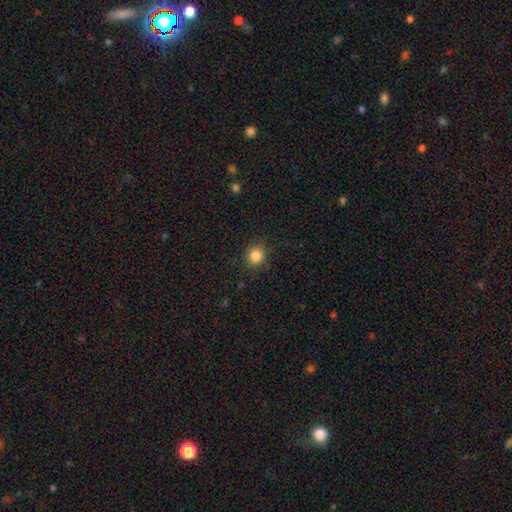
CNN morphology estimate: Smooth or featured?
  - smooth: 85% *
  - star or artifact: 11%
  - featured or disk: 4%
How rounded?
  - round: 84% *
  - in between: 15%
  - cigar-shaped: 1%
Merging?
  - none: 87% *
  - minor disturbance: 9%
  - major disturbance: 3%
  - merger: 1%